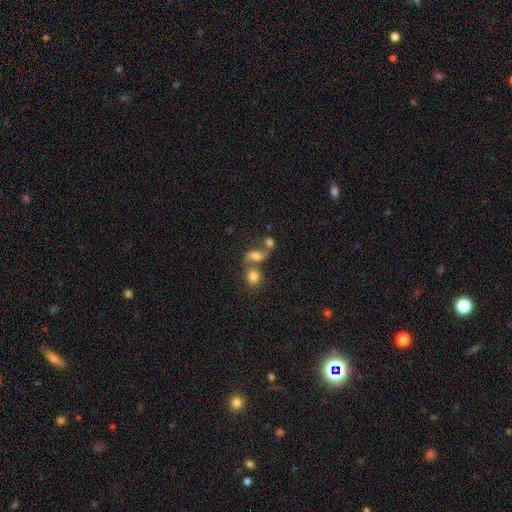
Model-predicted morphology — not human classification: A smooth galaxy with no disk features (49%).

Vote fractions:
- Smooth or featured? smooth: 49% / featured or disk: 37% / star or artifact: 14%
- Merging? merger: 54% / none: 29% / minor disturbance: 9% / major disturbance: 8%